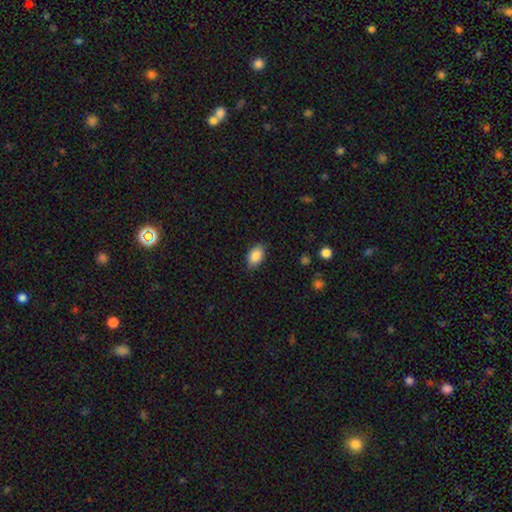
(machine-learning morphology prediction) A smooth galaxy with no disk features (88%) that is in between round and cigar-shaped (91%).

Vote fractions:
- Smooth or featured? smooth: 88% / star or artifact: 7% / featured or disk: 5%
- How rounded? in between: 91% / round: 8% / cigar-shaped: 2%
- Merging? none: 84% / minor disturbance: 12% / major disturbance: 3% / merger: 1%